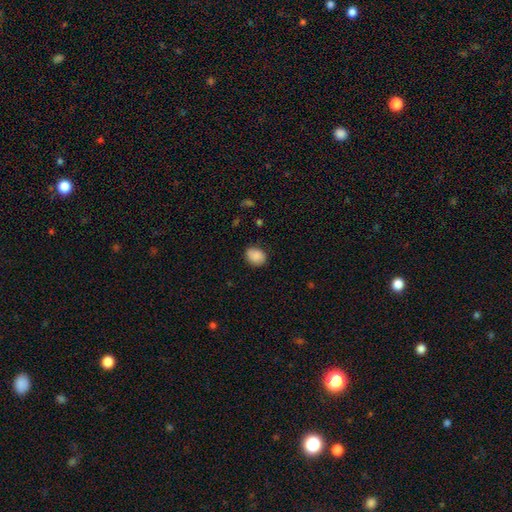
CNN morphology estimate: A smooth galaxy with no disk features (86%) that is in between round and cigar-shaped (52%). Merging: none (77%).